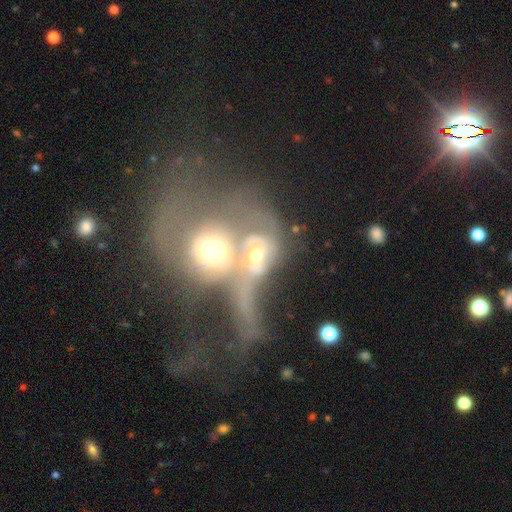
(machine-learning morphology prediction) Smooth or featured: featured or disk — 64% (smooth — 26%)
Edge-on disk: no — 94% (yes — 6%)
Bar: no — 74% (weak — 19%)
Spiral arms: yes — 63% (no — 37%)
Bulge size: moderate — 62% (large — 17%)
Merging: merger — 77% (major disturbance — 15%)